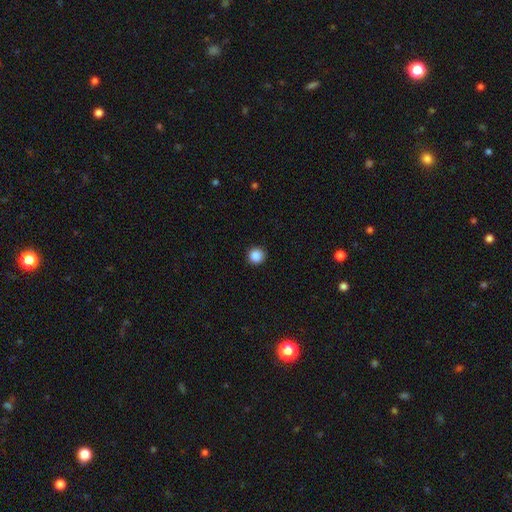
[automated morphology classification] Overall: smooth (88%). How rounded: round (95%). Merging: none (93%).